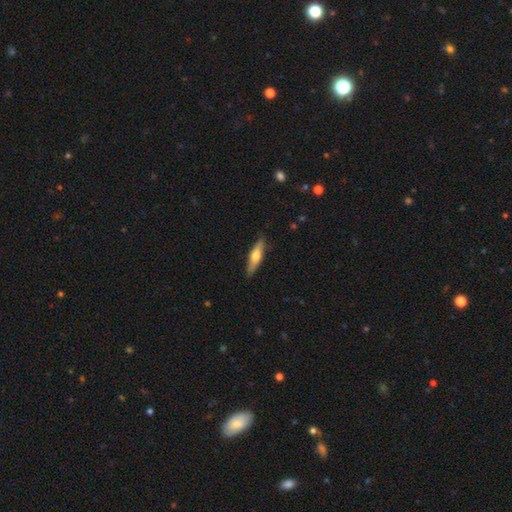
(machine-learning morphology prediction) This appears to be a smooth galaxy with no disk features (58%) that is cigar-shaped (74%). Merging: none (86%).